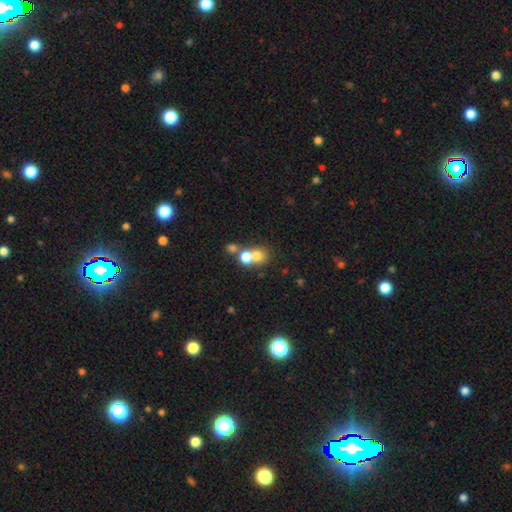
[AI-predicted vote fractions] This appears to be a smooth galaxy with no disk features (71%) that is round (72%). Merging: merger (56%).